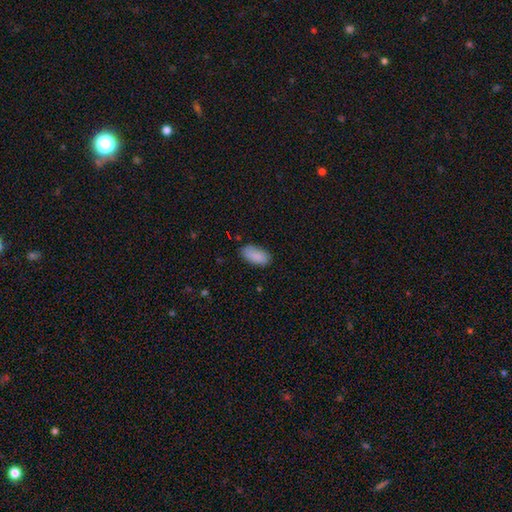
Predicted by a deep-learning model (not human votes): A smooth galaxy with no disk features (89%) that is in between round and cigar-shaped (92%).

Vote fractions:
- Smooth or featured? smooth: 89% / star or artifact: 7% / featured or disk: 4%
- How rounded? in between: 92% / cigar-shaped: 6% / round: 2%
- Merging? none: 81% / minor disturbance: 14% / major disturbance: 3% / merger: 1%